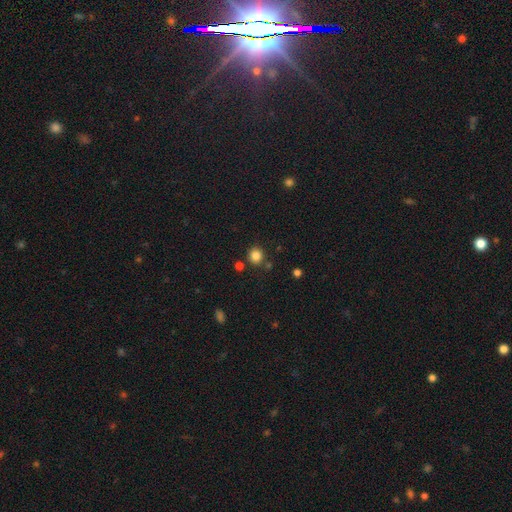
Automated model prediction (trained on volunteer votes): Smooth or featured? Predicted: smooth (p=0.84). How rounded? Predicted: round (p=0.88). Merging? Predicted: none (p=0.83).